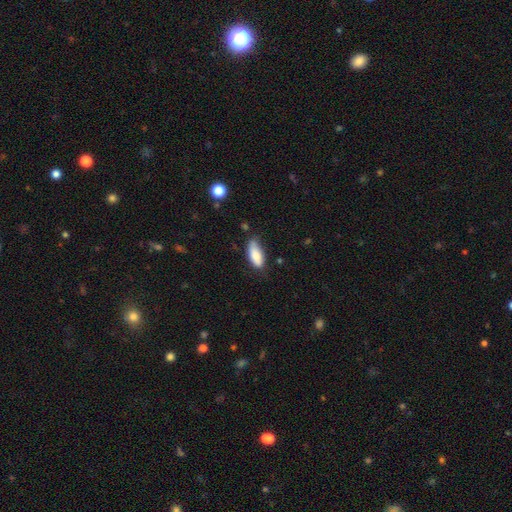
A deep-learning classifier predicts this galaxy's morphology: Smooth or featured?
  - smooth: 82% *
  - featured or disk: 11%
  - star or artifact: 7%
How rounded?
  - in between: 82% *
  - cigar-shaped: 16%
  - round: 2%
Merging?
  - none: 59% *
  - minor disturbance: 32%
  - major disturbance: 6%
  - merger: 3%